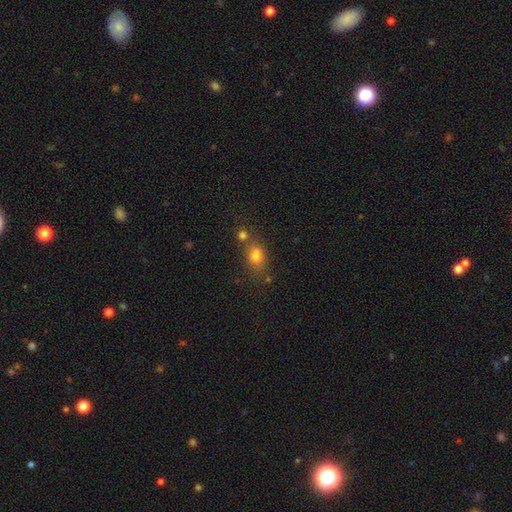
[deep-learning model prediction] Smooth or featured? Predicted: smooth (p=0.76). How rounded? Predicted: in between (p=0.57). Merging? Predicted: none (p=0.54).